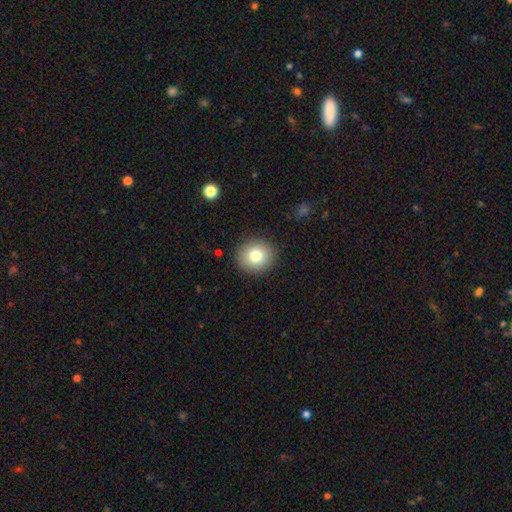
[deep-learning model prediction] This appears to be a smooth galaxy with no disk features (79%) that is round (88%). Merging: none (91%).